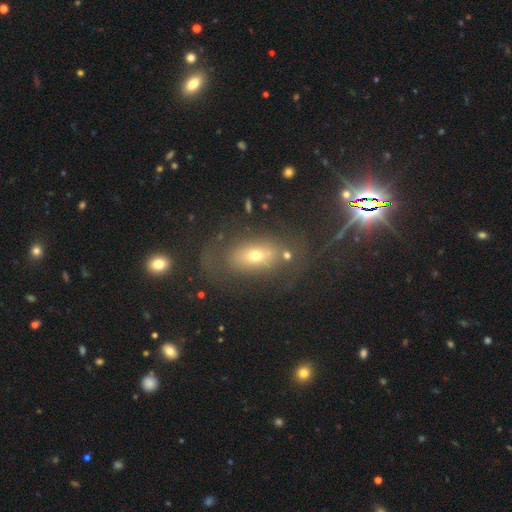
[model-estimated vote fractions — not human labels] A smooth galaxy with no disk features (52%) that is in between round and cigar-shaped (79%). Merging: none (62%).